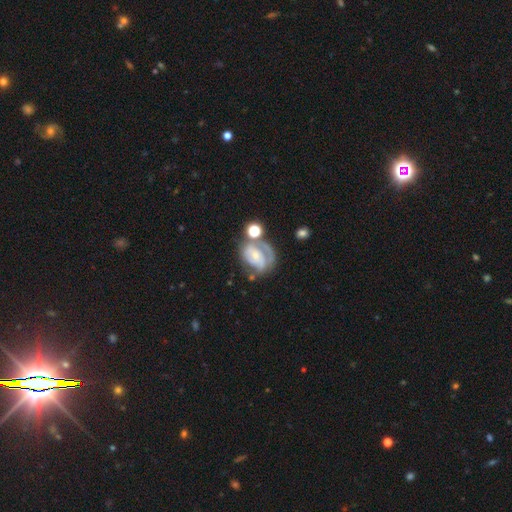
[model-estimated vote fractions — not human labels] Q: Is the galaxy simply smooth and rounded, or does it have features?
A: featured or disk — 72%.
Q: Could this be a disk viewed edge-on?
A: no — 97%.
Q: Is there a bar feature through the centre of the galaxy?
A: no — 60%.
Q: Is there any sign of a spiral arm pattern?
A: yes — 81%.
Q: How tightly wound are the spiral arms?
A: tight — 50%.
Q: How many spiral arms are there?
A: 2 — 37%.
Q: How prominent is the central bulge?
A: small — 63%.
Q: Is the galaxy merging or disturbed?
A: none — 38%.